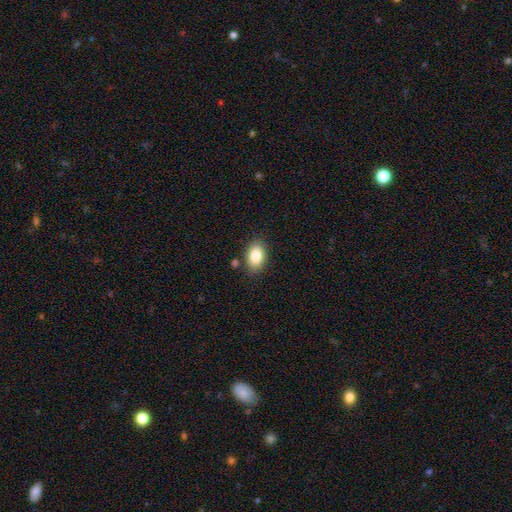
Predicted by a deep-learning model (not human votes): smooth 85%, star or artifact 8%, featured or disk 7%. Down the decision tree: how rounded — in between (88%); merging — none (82%).